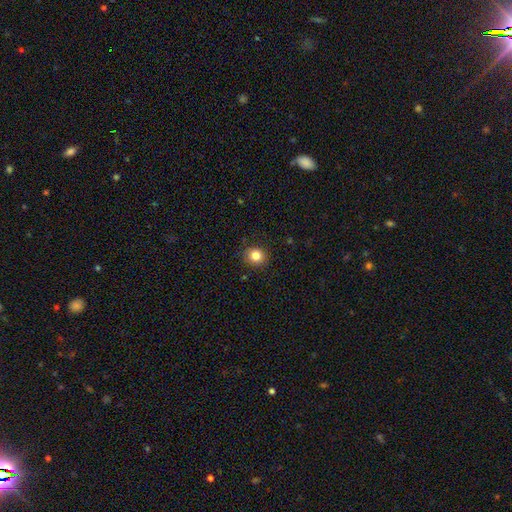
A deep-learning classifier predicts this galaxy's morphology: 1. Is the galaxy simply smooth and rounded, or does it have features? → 83% smooth, 11% star or artifact, 6% featured or disk.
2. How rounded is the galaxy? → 83% round, 16% in between, 1% cigar-shaped.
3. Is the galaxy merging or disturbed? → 89% none, 8% minor disturbance, 2% major disturbance, 1% merger.